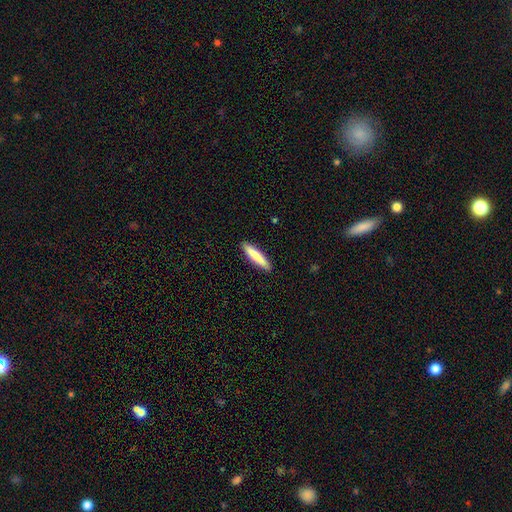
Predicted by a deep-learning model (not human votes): smooth_or_featured: smooth (p=0.81) [alt: featured or disk p=0.14]
how_rounded: cigar-shaped (p=0.89) [alt: in between p=0.10]
merging: none (p=0.91) [alt: minor disturbance p=0.07]